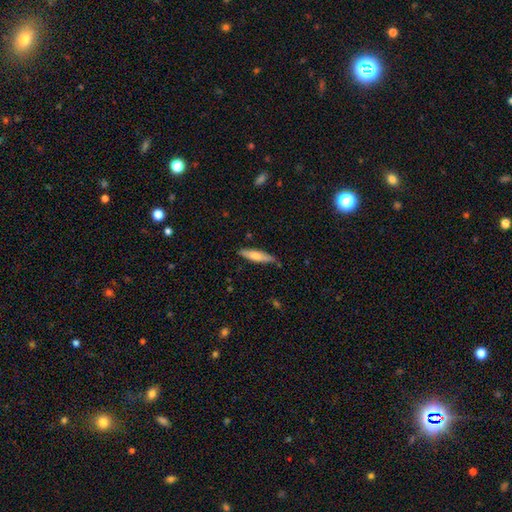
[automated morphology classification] Smooth or featured?
  - smooth: 67% *
  - featured or disk: 27%
  - star or artifact: 6%
How rounded?
  - cigar-shaped: 76% *
  - in between: 22%
  - round: 2%
Merging?
  - none: 78% *
  - minor disturbance: 18%
  - major disturbance: 3%
  - merger: 2%